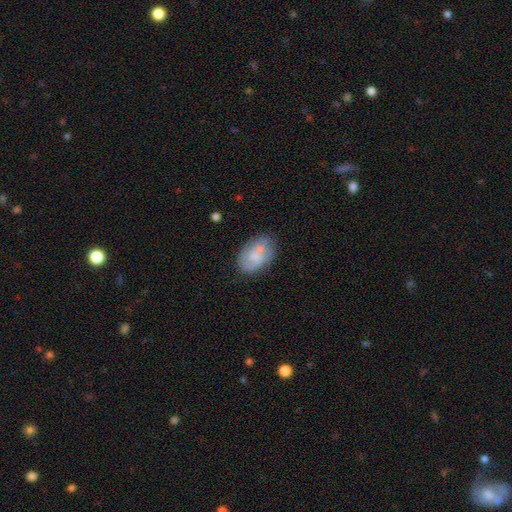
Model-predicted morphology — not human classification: This is possibly a smooth galaxy (52%). How rounded: clearly in between (87%). Merging: possibly none (59%).